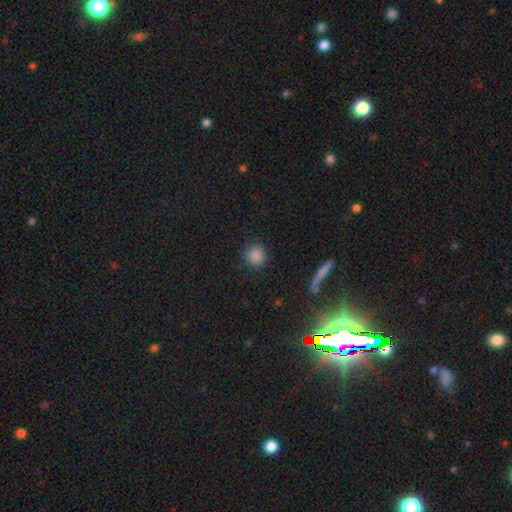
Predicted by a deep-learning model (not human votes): Smooth or featured? smooth (85%)
How rounded? round (92%)
Merging? none (88%)